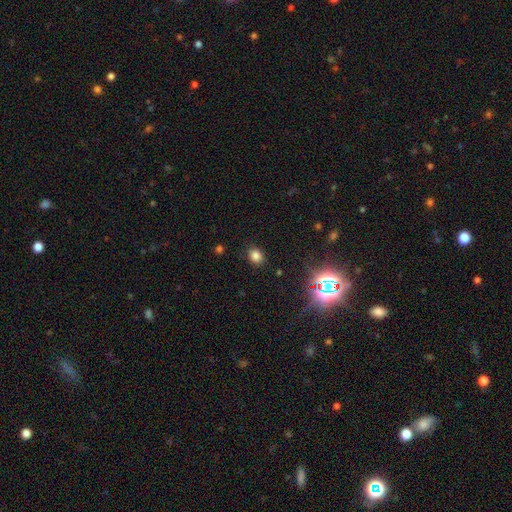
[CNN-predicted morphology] smooth 78%, star or artifact 16%, featured or disk 5%. Down the decision tree: how rounded — in between (52%); merging — none (86%).